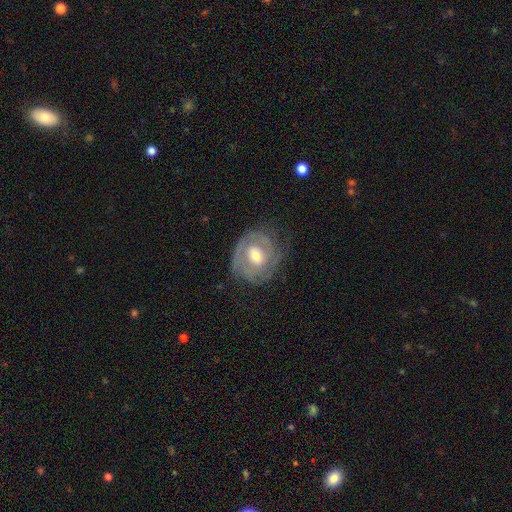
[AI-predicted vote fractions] A featured or disk galaxy (77%) with no bar (44%), 2 (43%) tight (67%) spiral arms (82%) and a moderate central bulge (71%).

Vote fractions:
- Smooth or featured? featured or disk: 77% / smooth: 17% / star or artifact: 6%
- Edge-on disk? no: 96% / yes: 4%
- Bar? no: 44% / weak: 42% / strong: 14%
- Spiral arms? yes: 82% / no: 18%
- Spiral winding? tight: 67% / medium: 25% / loose: 8%
- Spiral arm count? 2: 43% / can't tell: 32% / 1: 10% / 3: 9% / 4: 3% / more than 4: 2%
- Bulge size? moderate: 71% / small: 21% / large: 6% / none: 1% / dominant: 1%
- Merging? none: 68% / minor disturbance: 21% / major disturbance: 10% / merger: 1%